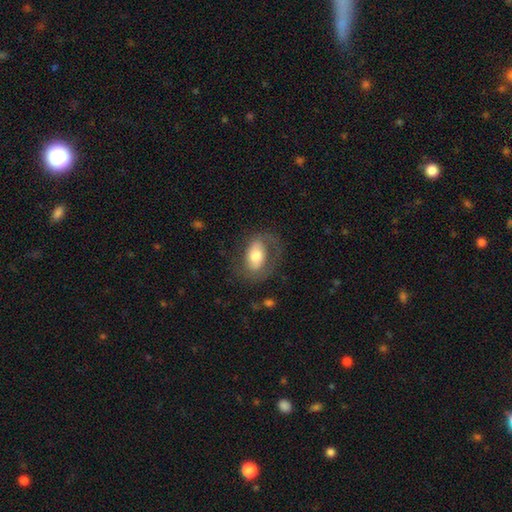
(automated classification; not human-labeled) featured or disk 47%, smooth 46%, star or artifact 7%. Down the decision tree: merging — none (60%).